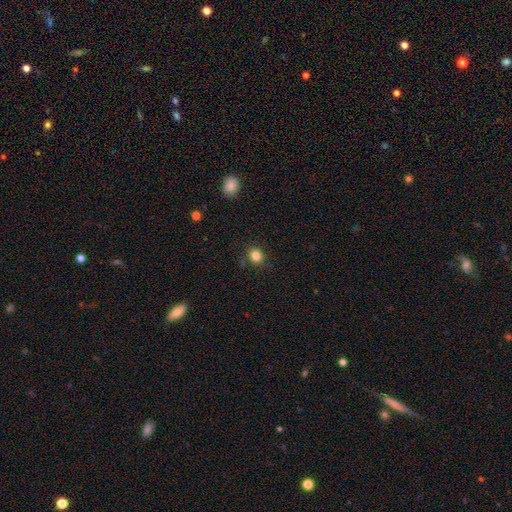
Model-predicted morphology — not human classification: This appears to be a smooth galaxy with no disk features (83%) that is round (79%). Merging: none (86%).